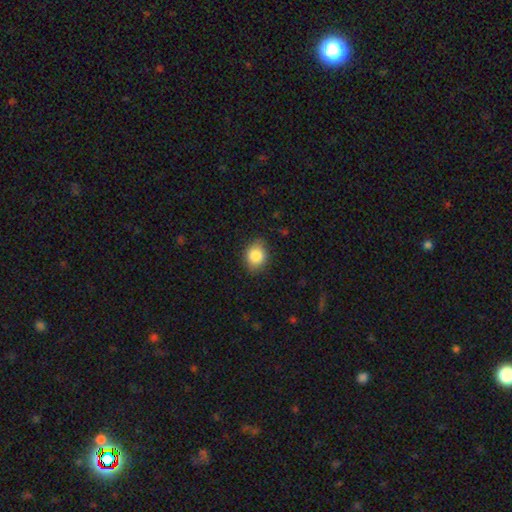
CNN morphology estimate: A smooth galaxy with no disk features (85%) that is round (53%).

Vote fractions:
- Smooth or featured? smooth: 85% / star or artifact: 8% / featured or disk: 6%
- How rounded? round: 53% / in between: 46% / cigar-shaped: 1%
- Merging? none: 80% / minor disturbance: 16% / major disturbance: 3% / merger: 1%